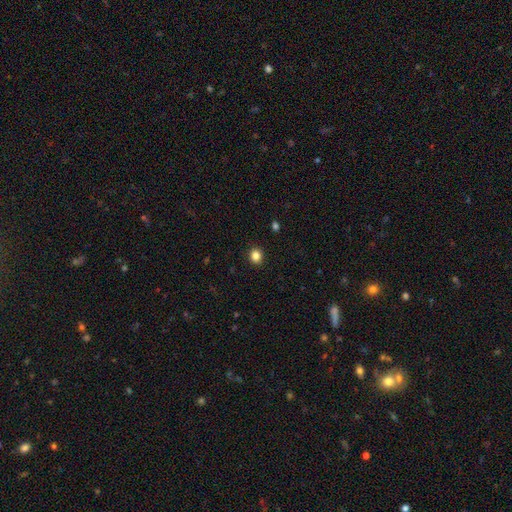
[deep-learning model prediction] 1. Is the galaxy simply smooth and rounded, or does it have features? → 85% smooth, 11% star or artifact, 4% featured or disk.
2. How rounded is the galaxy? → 73% round, 26% in between, 1% cigar-shaped.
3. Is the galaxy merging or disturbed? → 92% none, 6% minor disturbance, 2% major disturbance, 1% merger.